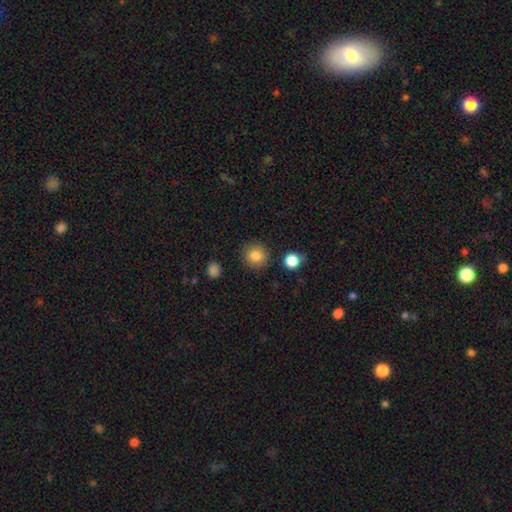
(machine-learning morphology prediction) This is clearly a smooth galaxy (84%). How rounded: clearly round (93%). Merging: clearly none (89%).